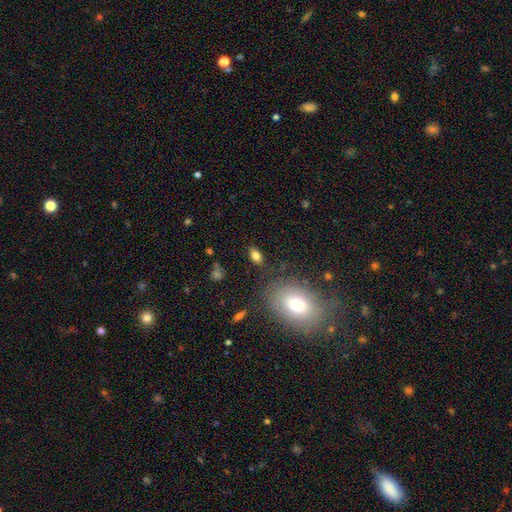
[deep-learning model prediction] Smooth or featured: smooth — 80% (star or artifact — 11%)
How rounded: in between — 87% (round — 10%)
Merging: none — 81% (minor disturbance — 12%)